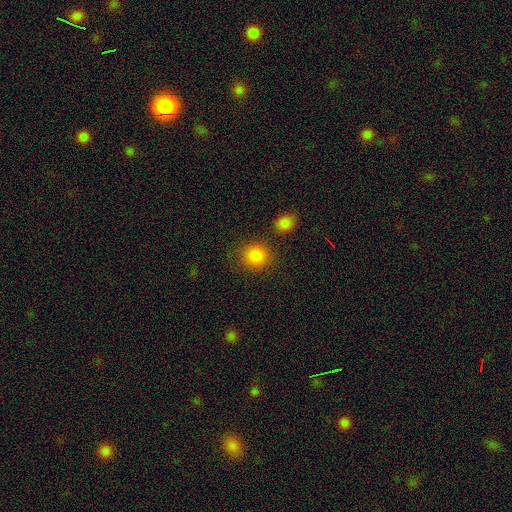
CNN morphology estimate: This appears to be a smooth galaxy with no disk features (86%) that is round (88%). Merging: none (80%).